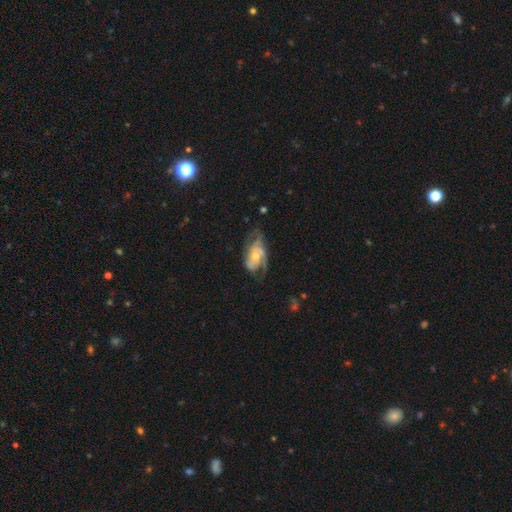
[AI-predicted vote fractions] This appears to be a featured or disk galaxy (77%) with no bar (66%), 2 (53%) medium (43%) spiral arms (89%) and a moderate central bulge (52%). Merging: none (48%).